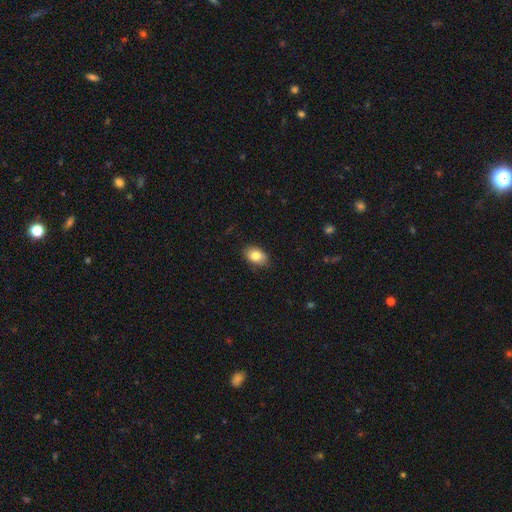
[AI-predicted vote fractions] smooth 83%, featured or disk 9%, star or artifact 8%. Down the decision tree: how rounded — in between (82%); merging — none (83%).